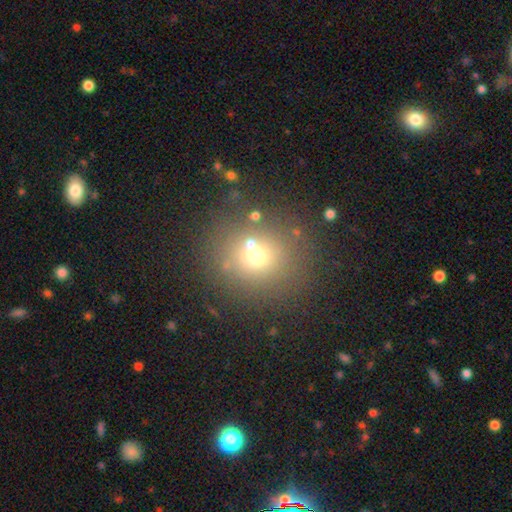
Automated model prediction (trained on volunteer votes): Smooth or featured? smooth (64%)
How rounded? round (87%)
Merging? none (72%)